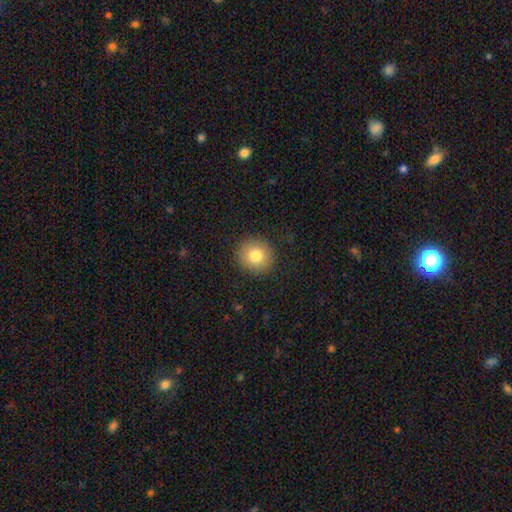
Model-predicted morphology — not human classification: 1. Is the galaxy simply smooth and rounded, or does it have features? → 80% smooth, 10% star or artifact, 10% featured or disk.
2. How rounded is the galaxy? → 91% round, 8% in between, 1% cigar-shaped.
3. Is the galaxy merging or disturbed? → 90% none, 6% minor disturbance, 2% major disturbance, 1% merger.